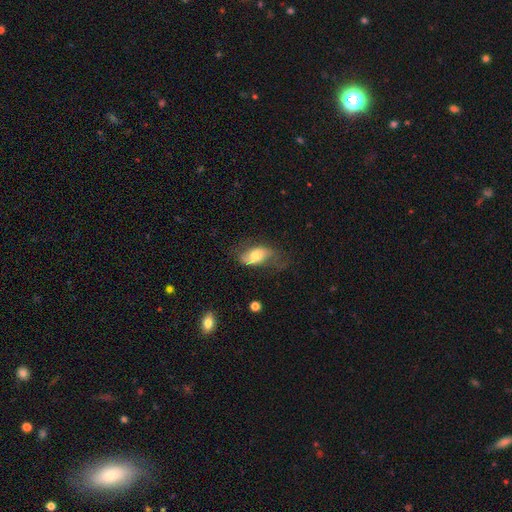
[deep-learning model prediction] The model was most divided on "smooth or featured": smooth: 51%, featured or disk: 41%, star or artifact: 7%. Remaining: how rounded — in between (89%); merging — none (46%).